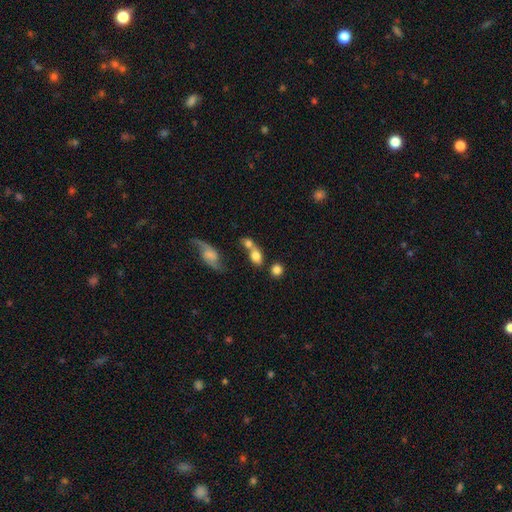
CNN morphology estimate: smooth 72%, featured or disk 19%, star or artifact 9%. Down the decision tree: how rounded — in between (53%); merging — merger (46%).